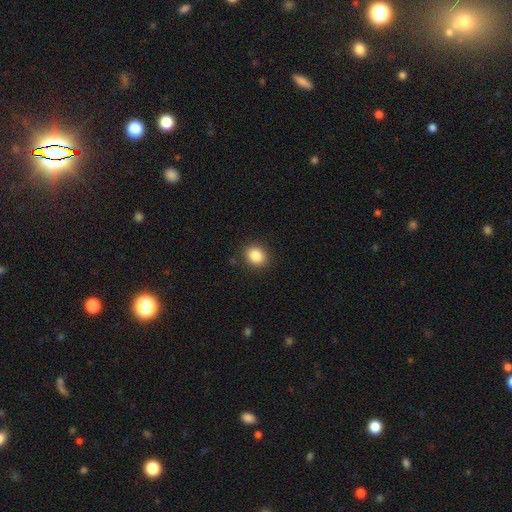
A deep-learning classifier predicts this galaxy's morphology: Smooth or featured: smooth — 85% (star or artifact — 10%)
How rounded: round — 69% (in between — 30%)
Merging: none — 89% (minor disturbance — 7%)